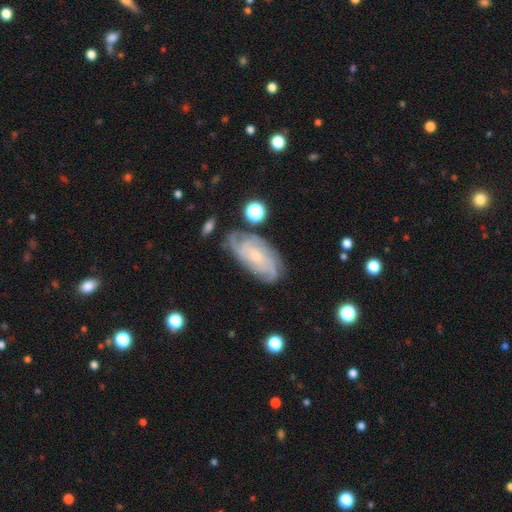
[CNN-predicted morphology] The model was most divided on "spiral arm count": can't tell: 33%, 3: 21%, 4: 18%, 2: 17%, more than 4: 6%, 1: 5%. More confident: spiral arms — yes (94%); edge-on disk — no (94%); smooth or featured — featured or disk (78%); bulge size — small (73%); bar — no (71%); merging — none (69%); spiral winding — tight (59%).